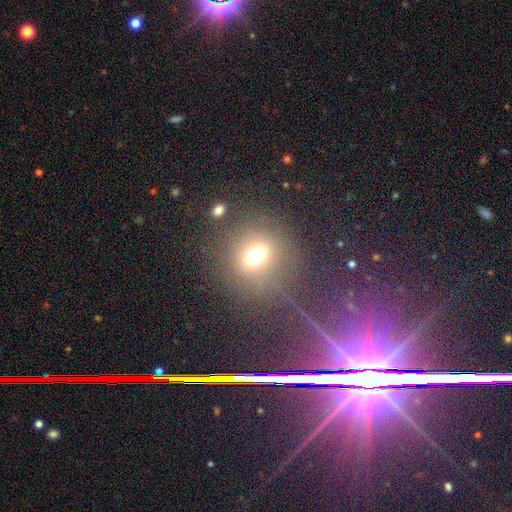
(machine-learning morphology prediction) type=smooth (62%); roundness=round (79%); merging=none (67%).